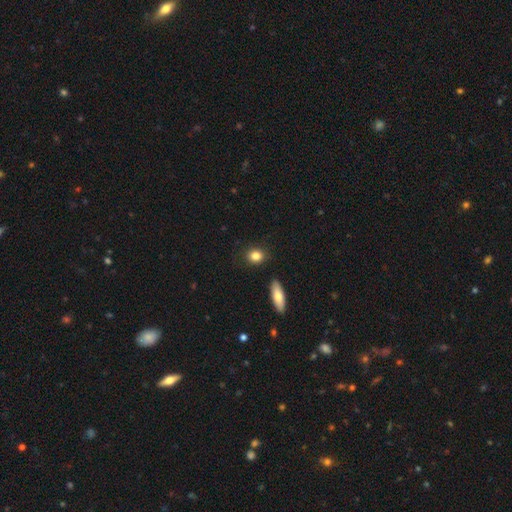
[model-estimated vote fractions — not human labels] Smooth or featured?
  - smooth: 84% *
  - star or artifact: 9%
  - featured or disk: 7%
How rounded?
  - round: 63% *
  - in between: 34%
  - cigar-shaped: 3%
Merging?
  - none: 87% *
  - minor disturbance: 9%
  - merger: 2%
  - major disturbance: 2%